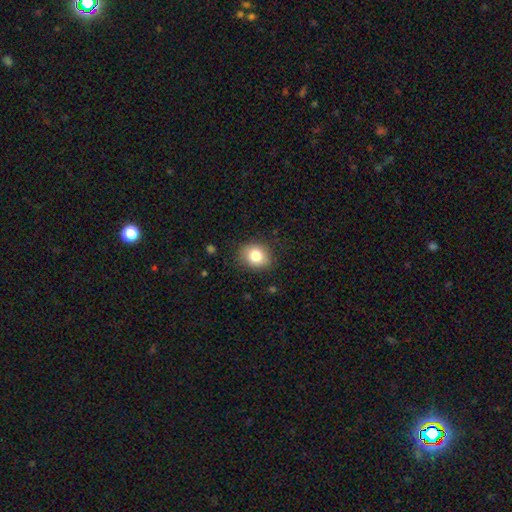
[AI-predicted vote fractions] Smooth or featured: smooth — 81% (star or artifact — 10%)
How rounded: round — 61% (in between — 38%)
Merging: none — 84% (minor disturbance — 12%)